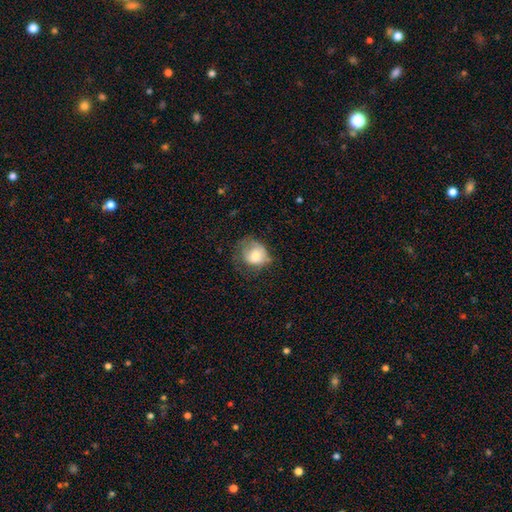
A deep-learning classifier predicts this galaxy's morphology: Smooth or featured? Predicted: smooth (p=0.72). How rounded? Predicted: round (p=0.70). Merging? Predicted: none (p=0.41).